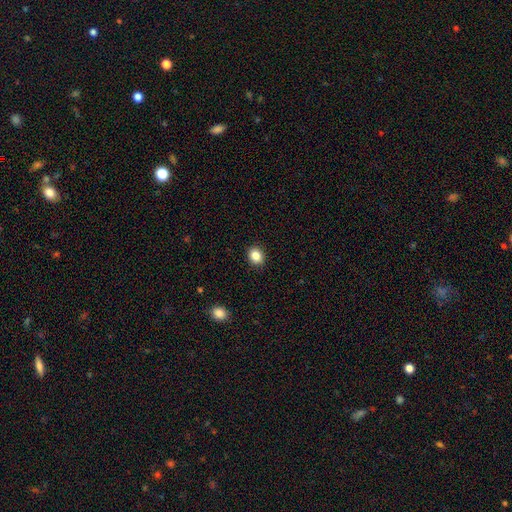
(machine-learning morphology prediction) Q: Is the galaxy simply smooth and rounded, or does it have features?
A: smooth — 86%.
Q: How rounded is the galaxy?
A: round — 60%.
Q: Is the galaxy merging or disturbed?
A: none — 90%.